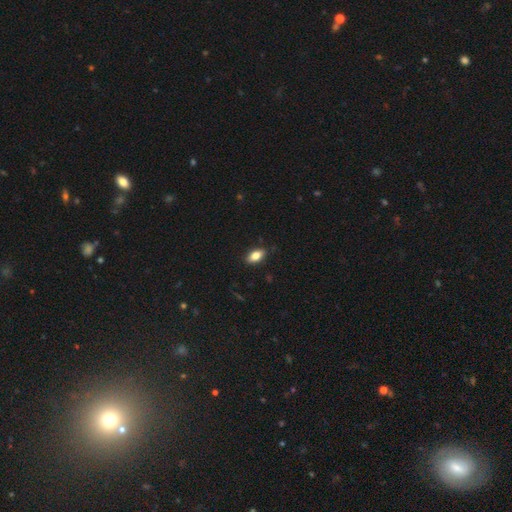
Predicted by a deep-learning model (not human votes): This appears to be a smooth galaxy with no disk features (81%) that is in between round and cigar-shaped (89%). Merging: none (86%).